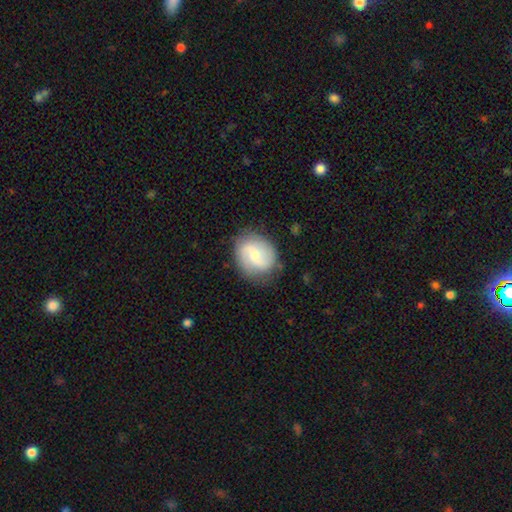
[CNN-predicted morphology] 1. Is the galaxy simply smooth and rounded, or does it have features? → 64% featured or disk, 30% smooth, 6% star or artifact.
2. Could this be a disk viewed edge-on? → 98% no, 2% yes.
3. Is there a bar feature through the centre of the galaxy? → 52% weak, 37% no, 11% strong.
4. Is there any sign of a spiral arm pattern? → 92% yes, 8% no.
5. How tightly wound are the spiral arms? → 46% medium, 34% loose, 20% tight.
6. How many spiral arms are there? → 86% 2, 7% can't tell, 2% 1, 2% 3, 1% 4, 1% more than 4.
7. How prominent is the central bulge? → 48% small, 43% moderate, 4% none, 4% large, 1% dominant.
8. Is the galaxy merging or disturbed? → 79% none, 15% minor disturbance, 5% major disturbance, 1% merger.